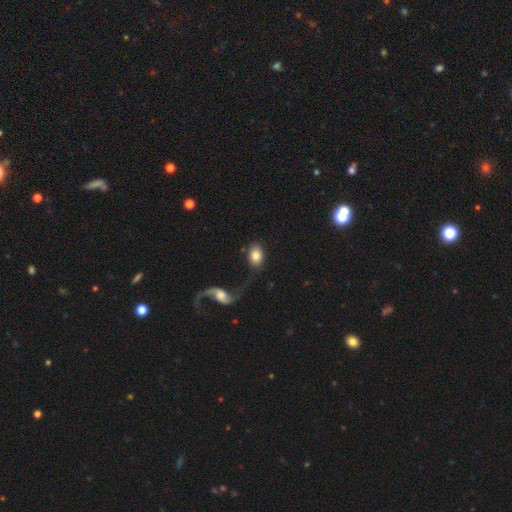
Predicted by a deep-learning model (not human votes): smooth 79%, featured or disk 15%, star or artifact 6%. Down the decision tree: how rounded — in between (83%); merging — none (65%).